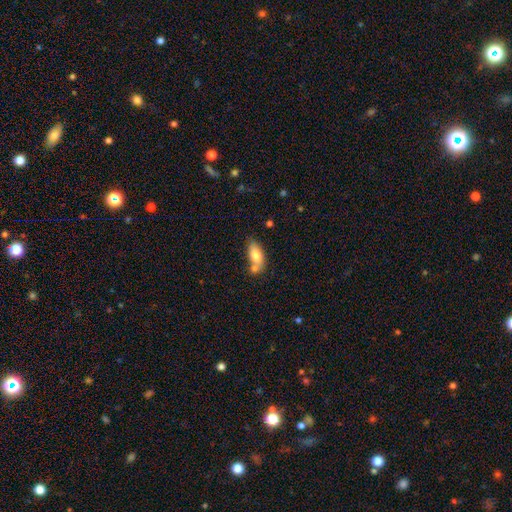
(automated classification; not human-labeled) This is likely a smooth galaxy (76%). How rounded: clearly in between (87%). Merging: marginally none (44%).